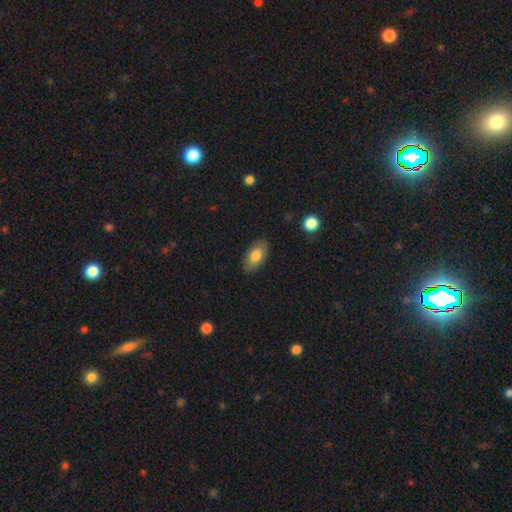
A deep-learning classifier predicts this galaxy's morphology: Smooth or featured? Predicted: smooth (p=0.77). How rounded? Predicted: in between (p=0.92). Merging? Predicted: none (p=0.85).